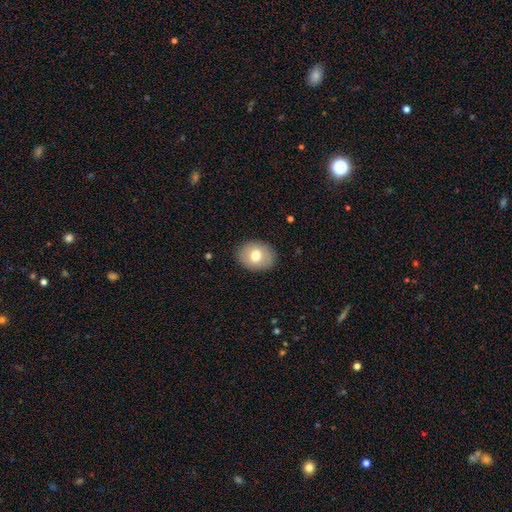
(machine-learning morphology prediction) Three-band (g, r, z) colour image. It shows a smooth galaxy with no disk features (72%) that is round (51%). Merging: none (88%).